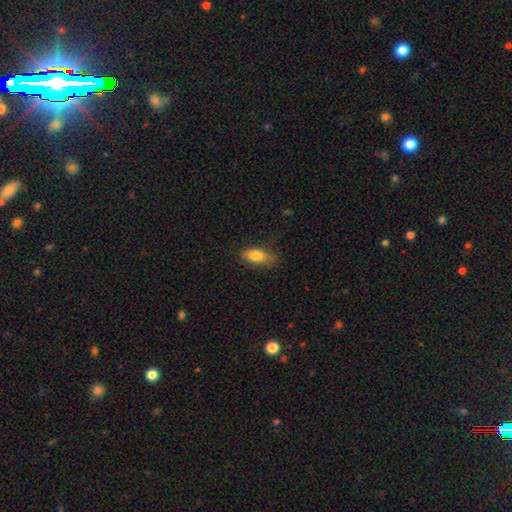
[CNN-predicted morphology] A smooth galaxy with no disk features (81%) that is in between round and cigar-shaped (83%).

Vote fractions:
- Smooth or featured? smooth: 81% / featured or disk: 11% / star or artifact: 8%
- How rounded? in between: 83% / cigar-shaped: 12% / round: 5%
- Merging? none: 71% / minor disturbance: 22% / major disturbance: 6% / merger: 1%